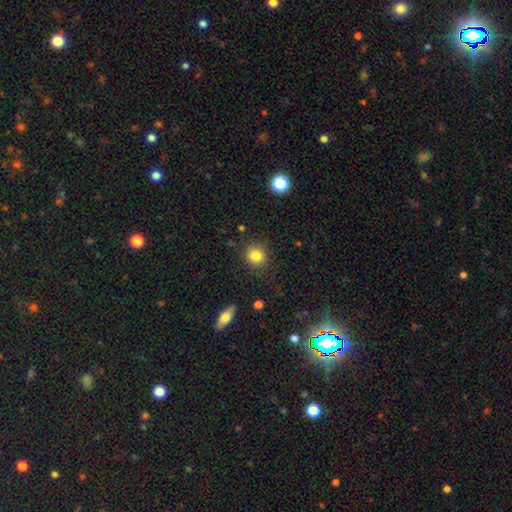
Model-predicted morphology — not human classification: smooth 83%, star or artifact 11%, featured or disk 6%. Down the decision tree: how rounded — round (87%); merging — none (87%).